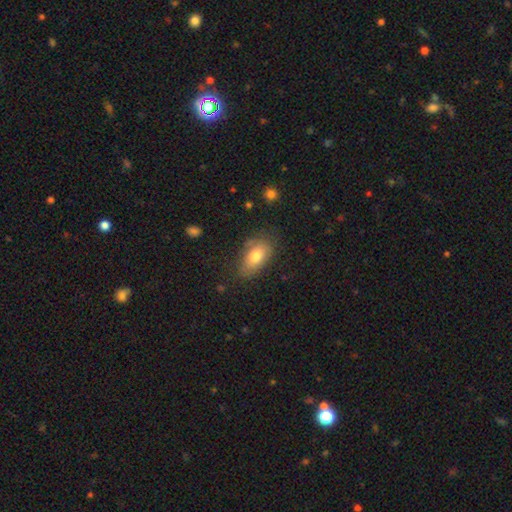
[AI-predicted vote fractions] Smooth or featured: smooth — 76% (featured or disk — 16%)
How rounded: in between — 89% (round — 7%)
Merging: none — 69% (minor disturbance — 22%)